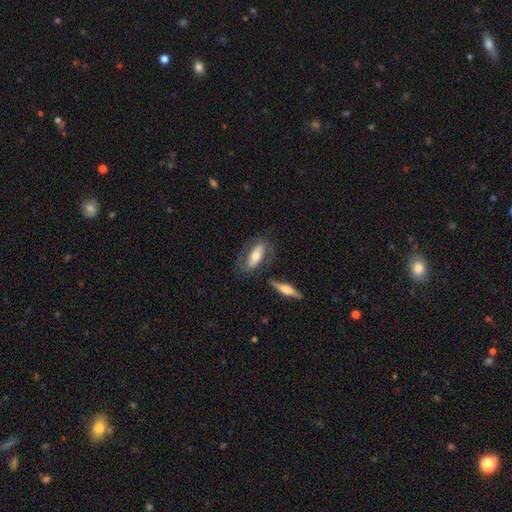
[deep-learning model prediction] A smooth galaxy with no disk features (52%) that is in between round and cigar-shaped (69%). Merging: none (65%).